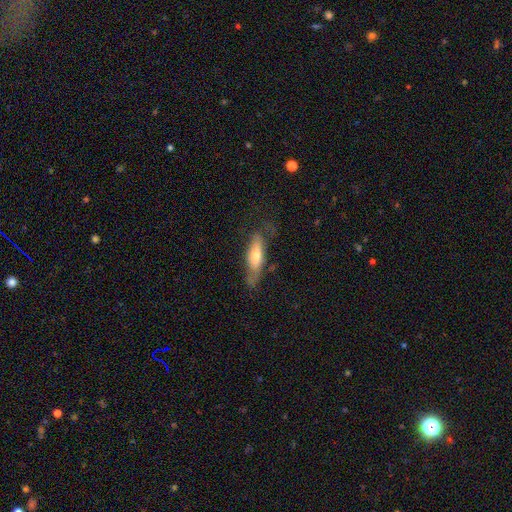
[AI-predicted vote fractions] A smooth galaxy with no disk features (52%) that is cigar-shaped (53%).

Vote fractions:
- Smooth or featured? smooth: 52% / featured or disk: 41% / star or artifact: 7%
- How rounded? cigar-shaped: 53% / in between: 45% / round: 2%
- Merging? none: 59% / minor disturbance: 27% / major disturbance: 13% / merger: 2%